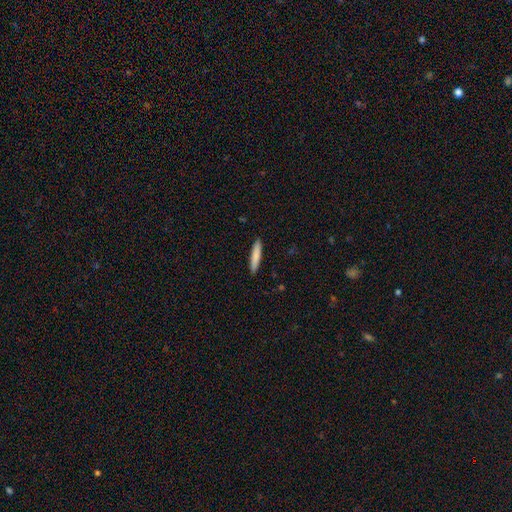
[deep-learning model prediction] Q: Smooth or featured?
A: smooth (83%); runner-up: featured or disk (12%)
Q: How rounded?
A: cigar-shaped (90%); runner-up: in between (9%)
Q: Merging?
A: none (91%); runner-up: minor disturbance (6%)